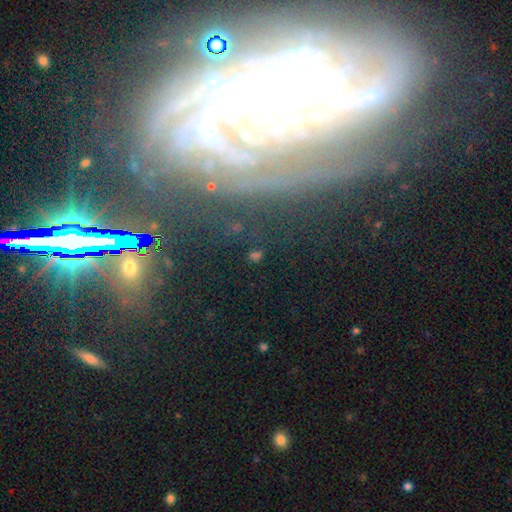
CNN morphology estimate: type=featured or disk (53%); edge-on=no (87%); merging=none (74%).